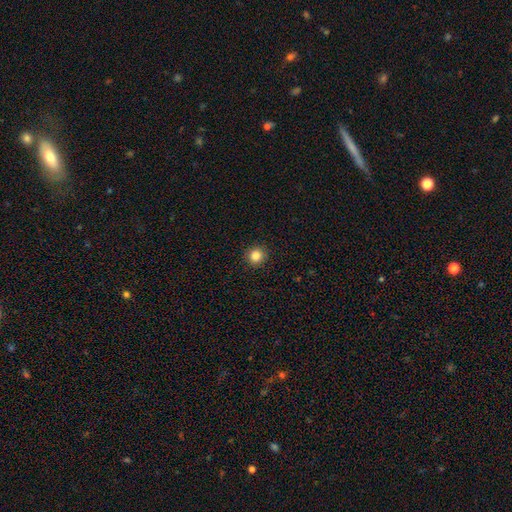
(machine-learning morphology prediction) The model was most divided on "smooth or featured": smooth: 85%, star or artifact: 11%, featured or disk: 4%. More confident: how rounded — round (93%); merging — none (92%).